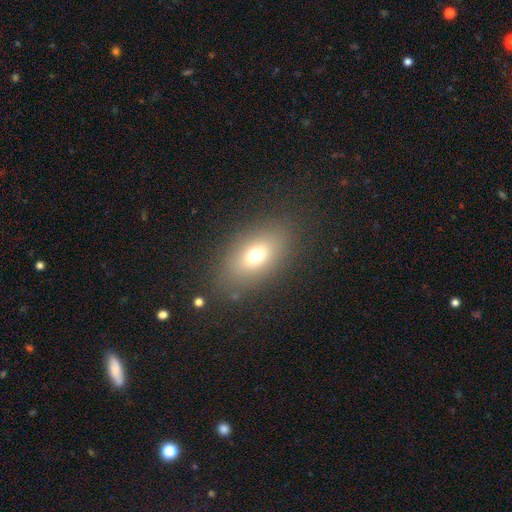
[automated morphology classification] Smooth or featured? smooth (69%)
How rounded? in between (80%)
Merging? none (82%)